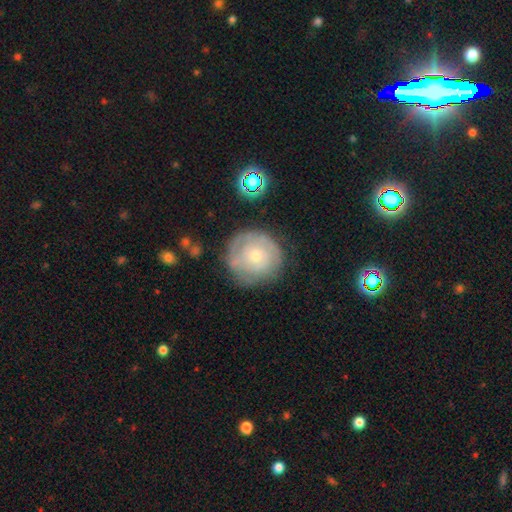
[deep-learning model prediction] featured or disk 55%, smooth 36%, star or artifact 9%. Down the decision tree: edge-on disk — no (97%); bar — no (85%); spiral arms — yes (66%); bulge size — small (64%); merging — none (75%).